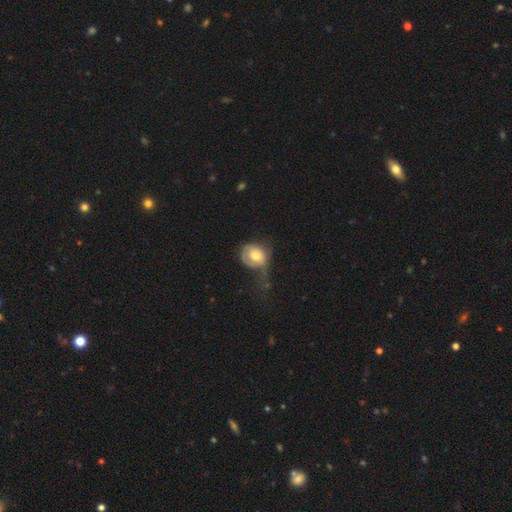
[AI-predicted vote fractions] The model was most divided on "smooth or featured": smooth: 56%, featured or disk: 38%, star or artifact: 6%. Remaining: how rounded — round (63%); merging — major disturbance (47%).